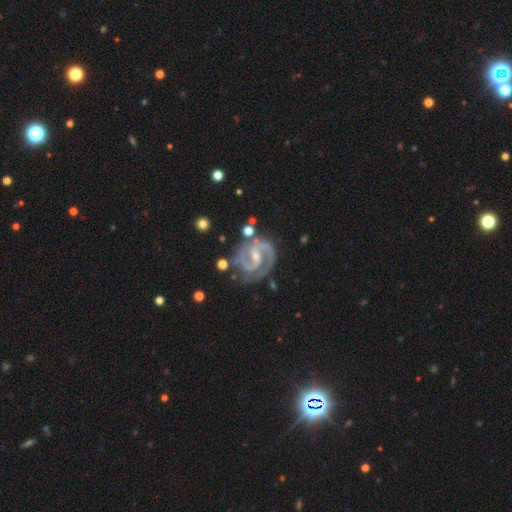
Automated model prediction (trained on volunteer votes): A featured or disk galaxy (93%) with a weak bar (44%), 2 (90%) medium (51%) spiral arms (99%) and a small central bulge (64%).

Vote fractions:
- Smooth or featured? featured or disk: 93% / star or artifact: 5% / smooth: 3%
- Edge-on disk? no: 98% / yes: 2%
- Bar? weak: 44% / strong: 33% / no: 23%
- Spiral arms? yes: 99% / no: 1%
- Spiral winding? medium: 51% / tight: 42% / loose: 7%
- Spiral arm count? 2: 90% / 3: 4% / can't tell: 2% / 1: 1% / 4: 1% / more than 4: 1%
- Bulge size? small: 64% / moderate: 31% / none: 3% / large: 1% / dominant: 1%
- Merging? none: 74% / minor disturbance: 17% / major disturbance: 5% / merger: 4%